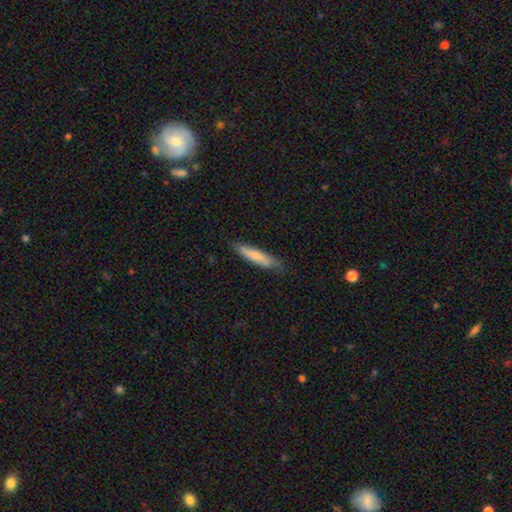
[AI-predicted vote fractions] Q: Smooth or featured?
A: smooth (73%); runner-up: featured or disk (21%)
Q: How rounded?
A: cigar-shaped (83%); runner-up: in between (16%)
Q: Merging?
A: none (73%); runner-up: minor disturbance (21%)